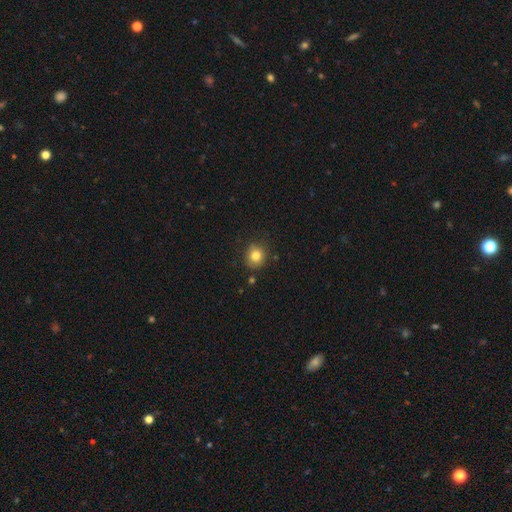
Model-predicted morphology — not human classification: smooth-or-featured: smooth: 81% | star or artifact: 11% | featured or disk: 8%
  how-rounded: round: 84% | in between: 15% | cigar-shaped: 1%
  merging: none: 81% | minor disturbance: 13% | major disturbance: 3% | merger: 2%